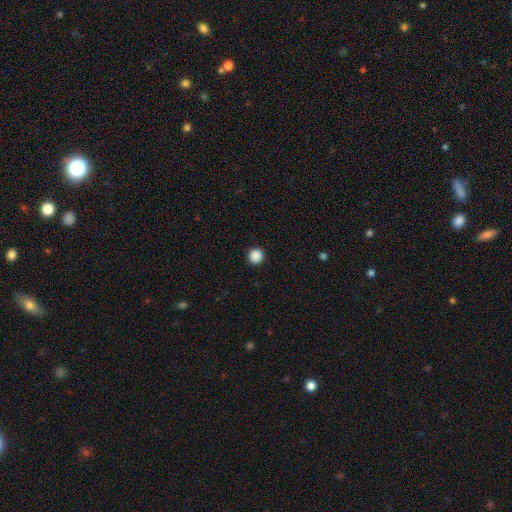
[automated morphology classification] smooth_or_featured: smooth (p=0.88) [alt: star or artifact p=0.10]
how_rounded: round (p=0.96) [alt: in between p=0.03]
merging: none (p=0.93) [alt: minor disturbance p=0.04]